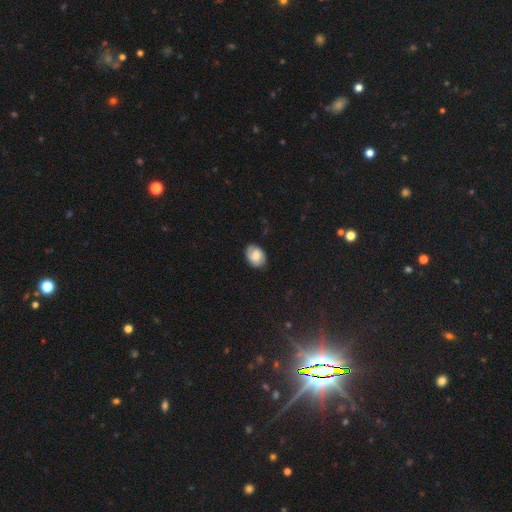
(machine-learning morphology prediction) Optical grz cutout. It shows a smooth galaxy with no disk features (61%) that is in between round and cigar-shaped (73%). Merging: none (78%).